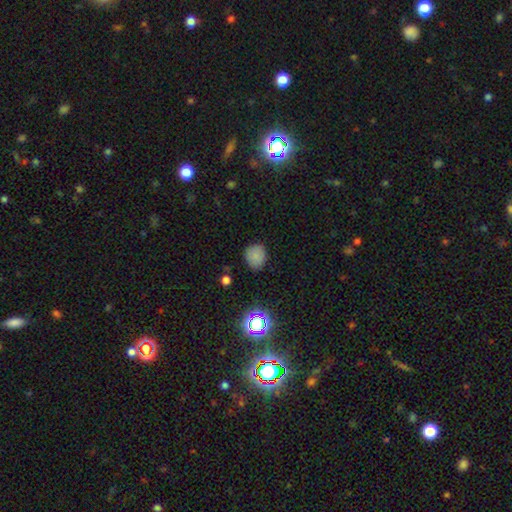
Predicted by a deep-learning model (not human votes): Morphology: type=smooth (78%); roundness=round (79%); merging=none (82%).